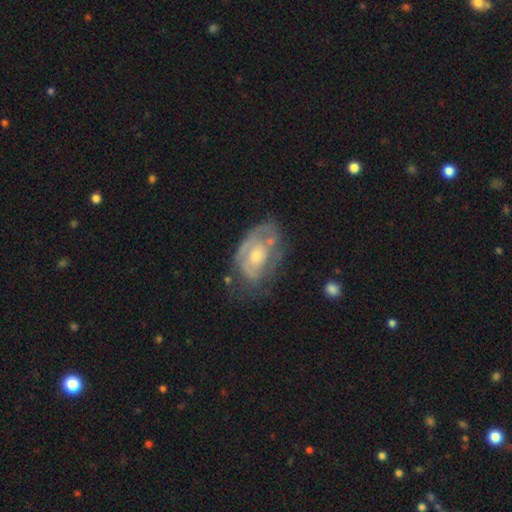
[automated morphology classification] smooth-or-featured: featured or disk: 71% | smooth: 23% | star or artifact: 6%
  disk-edge-on: no: 95% | yes: 5%
    bar: no: 78% | weak: 19% | strong: 3%
    has-spiral-arms: yes: 69% | no: 31%
    bulge-size: small: 50% | moderate: 44% | large: 3% | none: 2% | dominant: 1%
  merging: none: 50% | minor disturbance: 27% | major disturbance: 18% | merger: 4%